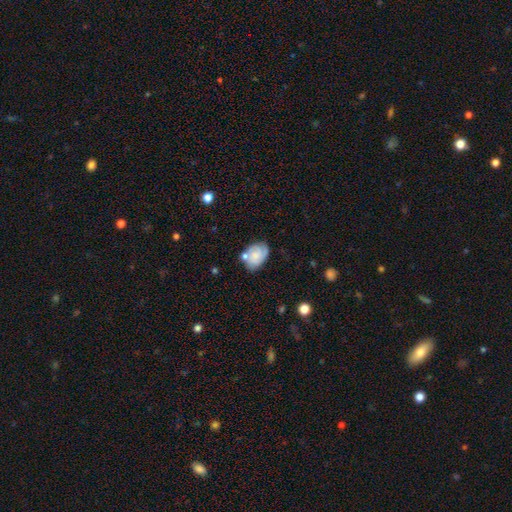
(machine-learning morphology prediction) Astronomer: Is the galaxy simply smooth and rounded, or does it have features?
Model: smooth — 56% (runner-up: featured or disk, 35%).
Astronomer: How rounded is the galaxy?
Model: in between — 76%.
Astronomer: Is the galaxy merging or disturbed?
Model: none — 55%.